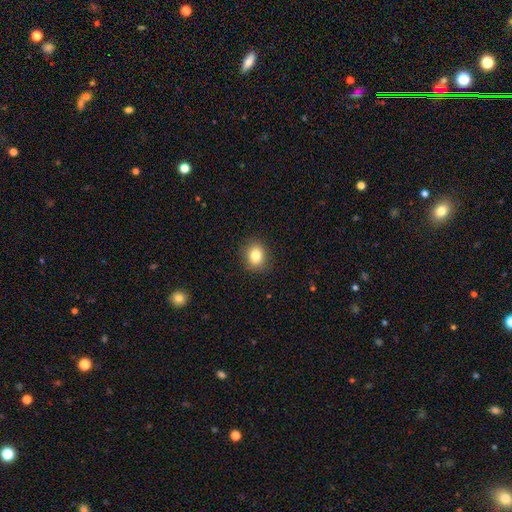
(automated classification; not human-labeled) Smooth or featured? Predicted: smooth (p=0.83). How rounded? Predicted: round (p=0.58). Merging? Predicted: none (p=0.87).